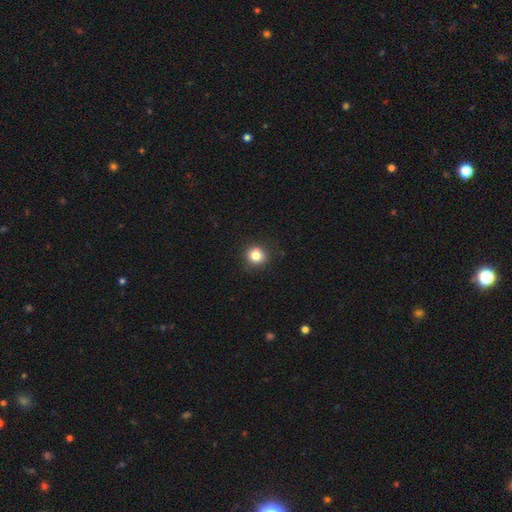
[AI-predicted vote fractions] smooth_or_featured: smooth (p=0.81) [alt: star or artifact p=0.12]
how_rounded: round (p=0.88) [alt: in between p=0.11]
merging: none (p=0.83) [alt: minor disturbance p=0.11]